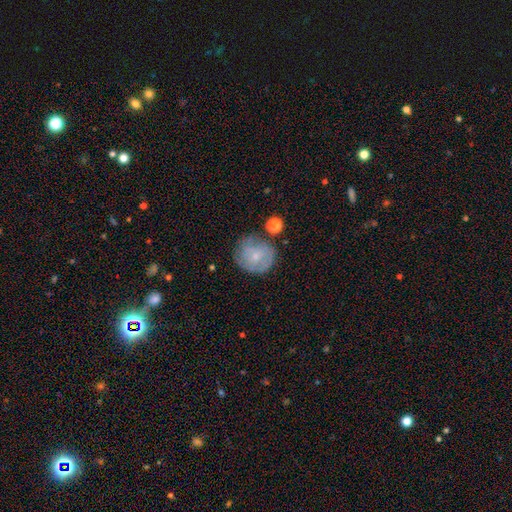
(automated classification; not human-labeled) Smooth or featured: smooth — 51% (featured or disk — 40%)
How rounded: round — 85% (in between — 14%)
Merging: none — 61% (minor disturbance — 24%)